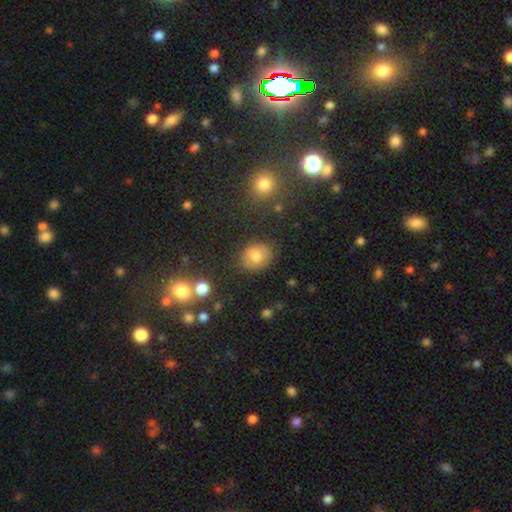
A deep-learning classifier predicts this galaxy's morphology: This appears to be a smooth galaxy with no disk features (75%) that is round (52%). Merging: none (83%).